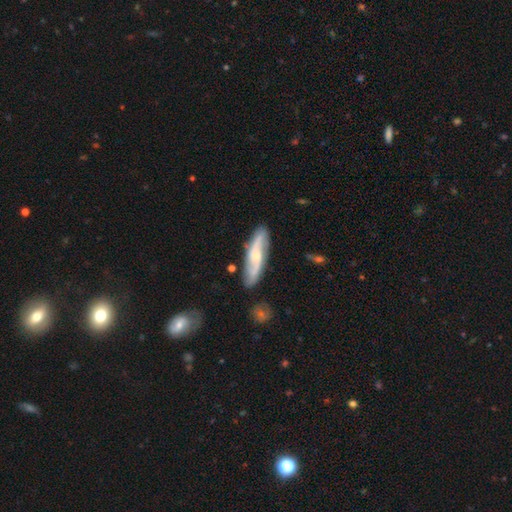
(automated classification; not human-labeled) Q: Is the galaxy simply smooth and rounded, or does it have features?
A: featured or disk — 66%.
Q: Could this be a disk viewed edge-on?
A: no — 75%.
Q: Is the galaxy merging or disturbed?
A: none — 81%.